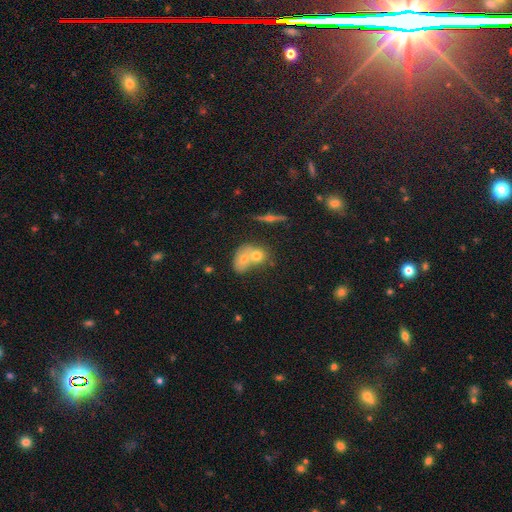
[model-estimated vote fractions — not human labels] This appears to be a smooth galaxy with no disk features (53%) that is round (52%). Merging: merger (58%).